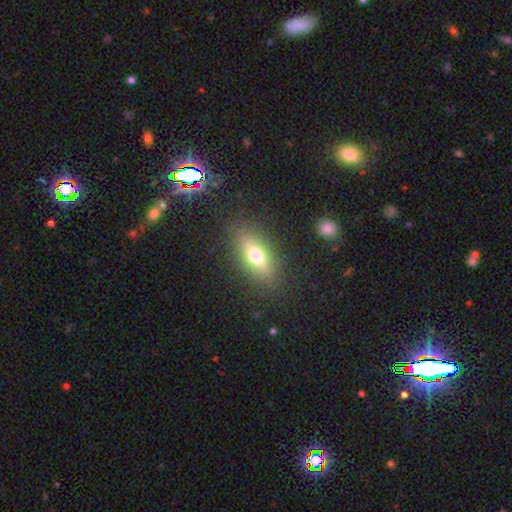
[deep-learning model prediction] Smooth or featured? Predicted: smooth (p=0.63). How rounded? Predicted: in between (p=0.72). Merging? Predicted: none (p=0.85).